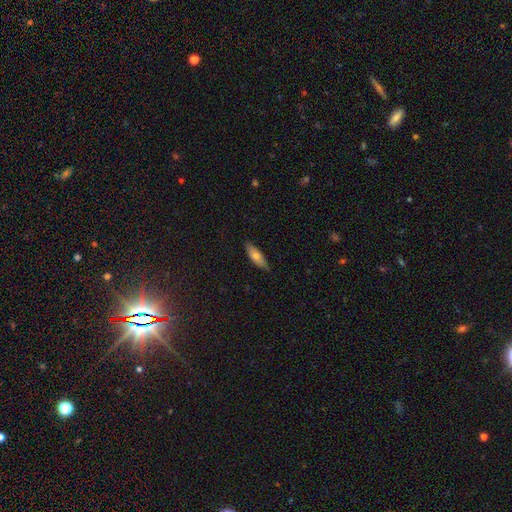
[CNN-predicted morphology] The model was most divided on "how rounded": in between: 55%, cigar-shaped: 43%, round: 2%. More confident: merging — none (83%); smooth or featured — smooth (67%).